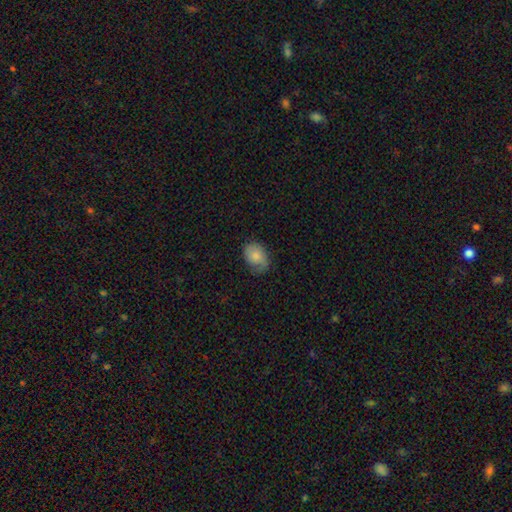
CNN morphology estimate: Smooth or featured?
  - smooth: 78% *
  - featured or disk: 15%
  - star or artifact: 7%
How rounded?
  - in between: 76% *
  - round: 23%
  - cigar-shaped: 1%
Merging?
  - none: 59% *
  - minor disturbance: 29%
  - major disturbance: 10%
  - merger: 1%